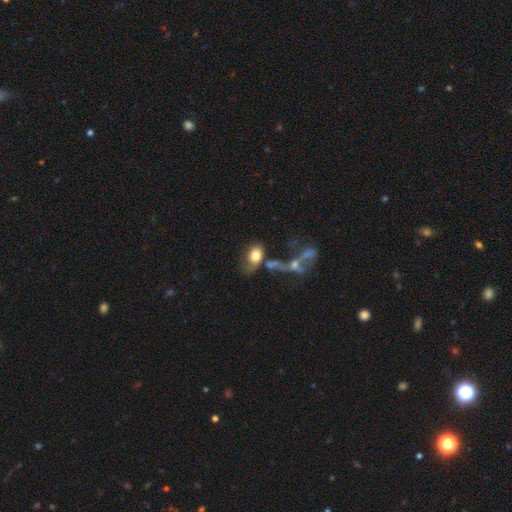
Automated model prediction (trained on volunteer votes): This is likely a smooth galaxy (64%). How rounded: clearly in between (81%). Merging: marginally merger (37%).